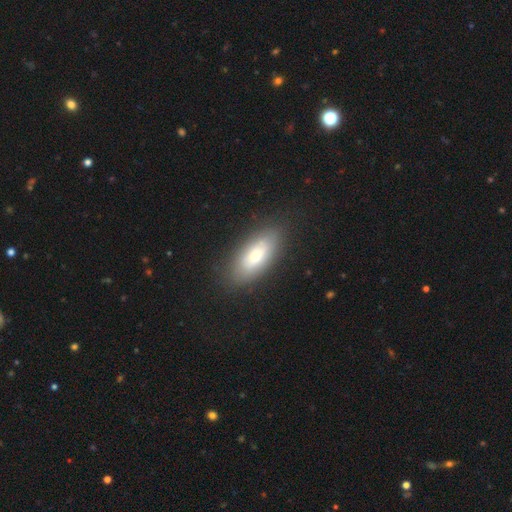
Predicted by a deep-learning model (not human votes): A smooth galaxy with no disk features (66%) that is in between round and cigar-shaped (85%).

Vote fractions:
- Smooth or featured? smooth: 66% / featured or disk: 27% / star or artifact: 7%
- How rounded? in between: 85% / cigar-shaped: 12% / round: 3%
- Merging? none: 83% / minor disturbance: 12% / major disturbance: 4% / merger: 1%